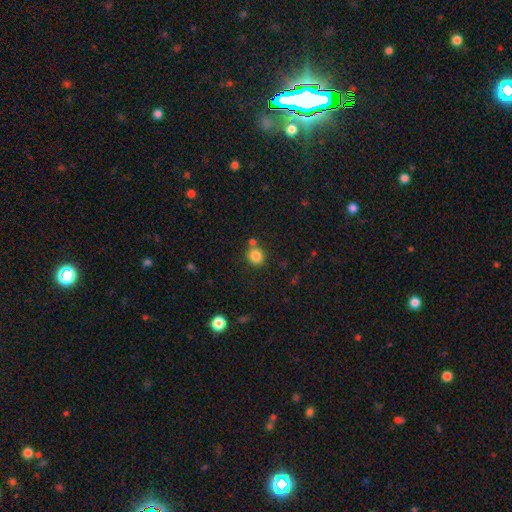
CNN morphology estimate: Smooth or featured? smooth (84%)
How rounded? round (75%)
Merging? none (69%)